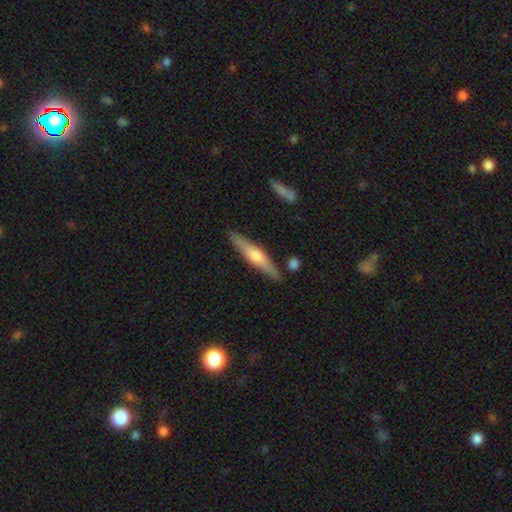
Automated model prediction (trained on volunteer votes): A featured or disk galaxy (61%) viewed edge-on (96%) with a rounded central bulge (84%). Merging: none (87%).